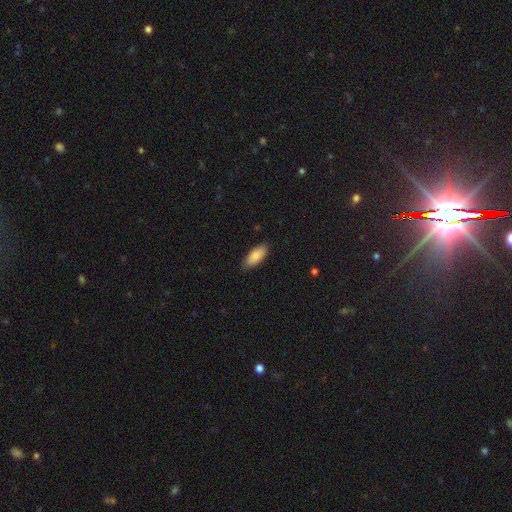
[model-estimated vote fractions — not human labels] Overall: smooth (86%). How rounded: in between (85%). Merging: none (84%).